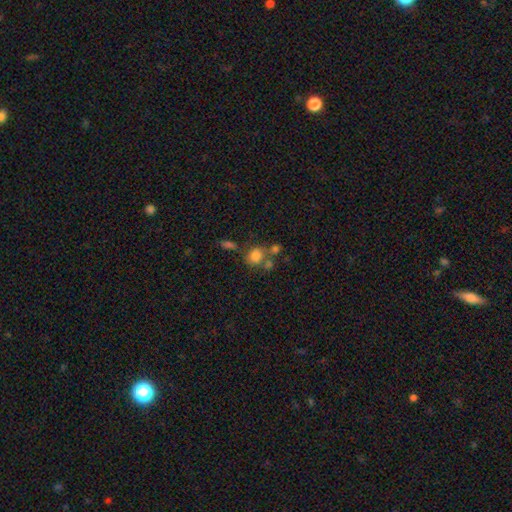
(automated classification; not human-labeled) Smooth or featured? smooth (78%)
How rounded? round (75%)
Merging? none (54%)